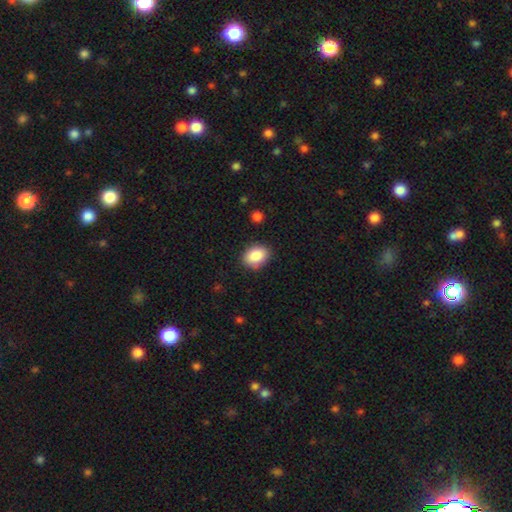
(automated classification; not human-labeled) Morphology: type=smooth (87%); roundness=in between (76%); merging=none (85%).